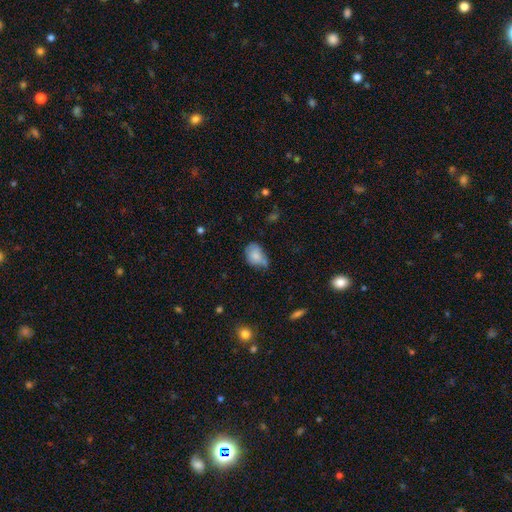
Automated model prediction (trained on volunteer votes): Smooth or featured? Predicted: smooth (p=0.76). How rounded? Predicted: in between (p=0.76). Merging? Predicted: minor disturbance (p=0.44).